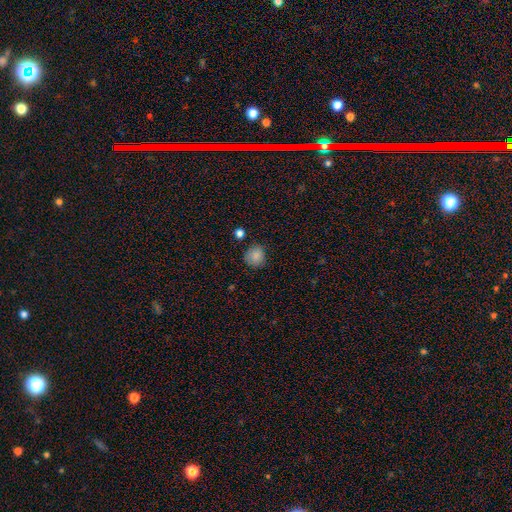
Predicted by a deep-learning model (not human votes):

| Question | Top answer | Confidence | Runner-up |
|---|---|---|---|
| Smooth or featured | smooth | 84% | star or artifact (10%) |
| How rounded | round | 85% | in between (14%) |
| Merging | none | 78% | minor disturbance (16%) |